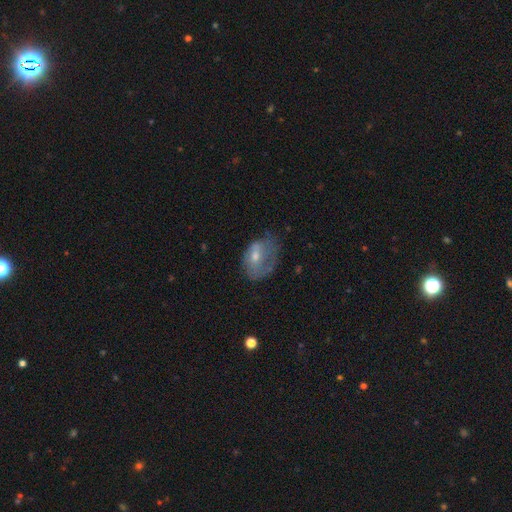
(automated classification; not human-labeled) This appears to be a featured or disk galaxy (46%). Merging: none (37%).